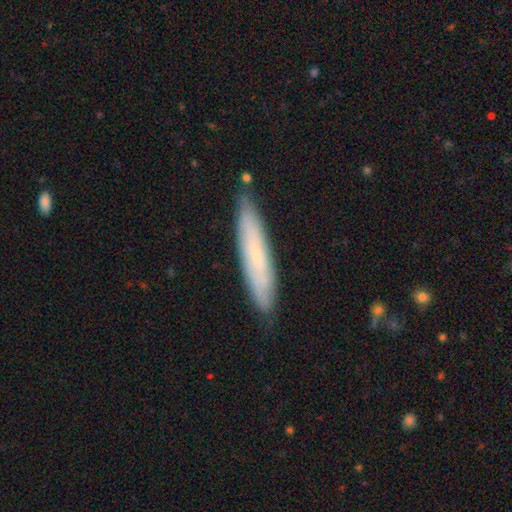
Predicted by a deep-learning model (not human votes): smooth 60%, featured or disk 33%, star or artifact 7%. Down the decision tree: how rounded — cigar-shaped (89%); merging — none (84%).